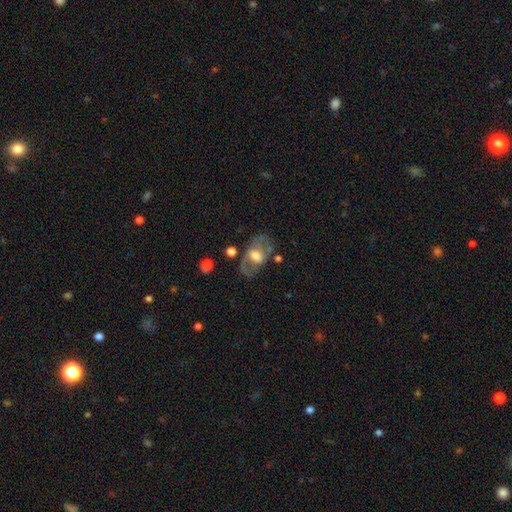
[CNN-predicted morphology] A featured or disk galaxy (59%) with no bar (46%), no spiral arms (57%) and a moderate central bulge (46%).

Vote fractions:
- Smooth or featured? featured or disk: 59% / smooth: 34% / star or artifact: 7%
- Edge-on disk? no: 91% / yes: 9%
- Bar? no: 46% / weak: 37% / strong: 16%
- Spiral arms? no: 57% / yes: 43%
- Bulge size? moderate: 46% / large: 34% / small: 12% / none: 4% / dominant: 3%
- Merging? none: 60% / minor disturbance: 20% / major disturbance: 15% / merger: 5%